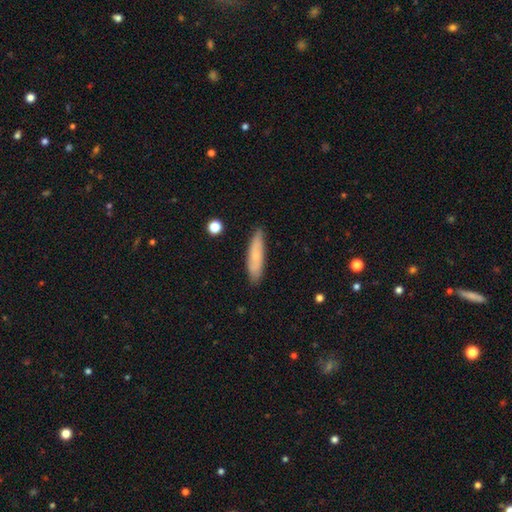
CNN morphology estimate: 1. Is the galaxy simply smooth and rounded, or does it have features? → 65% smooth, 28% featured or disk, 7% star or artifact.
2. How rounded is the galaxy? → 75% cigar-shaped, 23% in between, 2% round.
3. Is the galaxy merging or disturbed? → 84% none, 12% minor disturbance, 2% major disturbance, 1% merger.